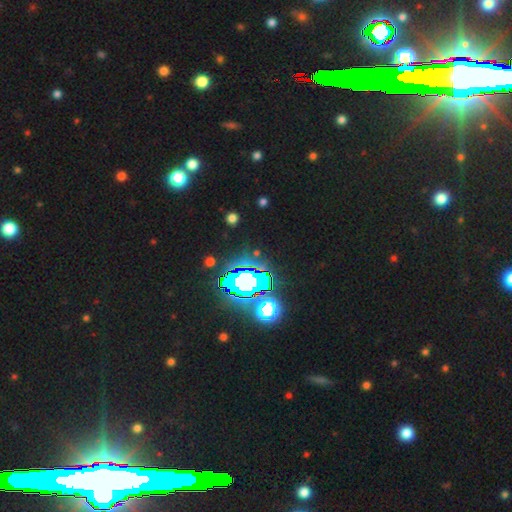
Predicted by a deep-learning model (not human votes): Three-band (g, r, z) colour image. It shows a star or artifact, not a galaxy (72%).